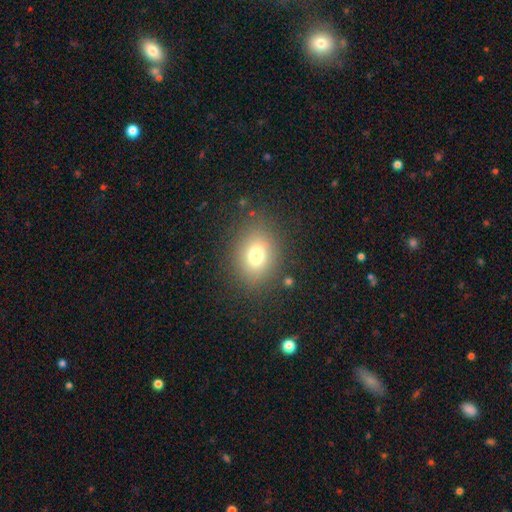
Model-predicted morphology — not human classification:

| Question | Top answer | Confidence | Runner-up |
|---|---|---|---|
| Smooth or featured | smooth | 73% | star or artifact (16%) |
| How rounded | in between | 58% | round (41%) |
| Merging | none | 87% | minor disturbance (9%) |